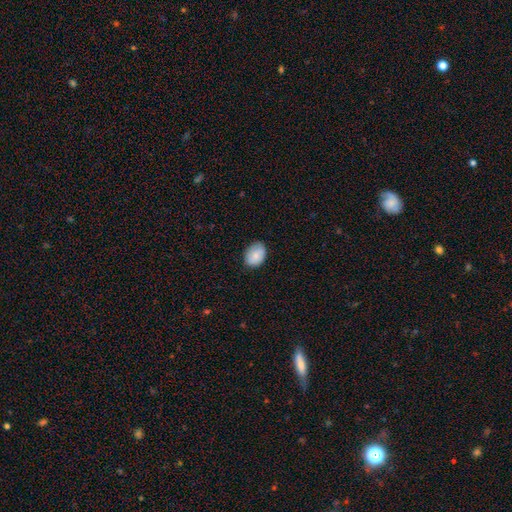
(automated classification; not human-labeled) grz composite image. It shows a smooth galaxy with no disk features (82%) that is in between round and cigar-shaped (73%). Merging: none (78%).